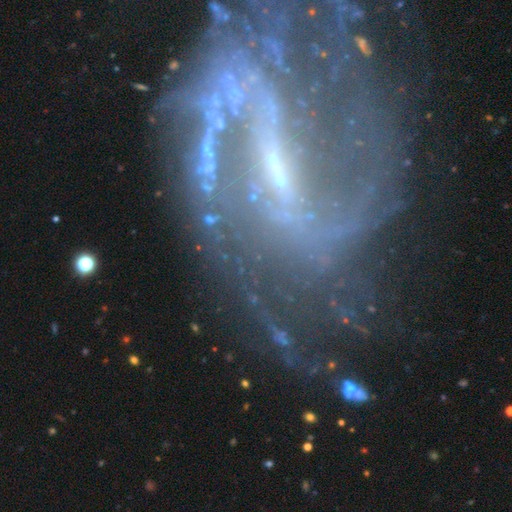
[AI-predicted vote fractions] featured or disk 85%, star or artifact 10%, smooth 5%. Down the decision tree: edge-on disk — no (96%); bar — strong (50%); spiral arms — yes (89%); spiral arm count — 2 (58%); spiral winding — loose (46%); bulge size — small (64%); merging — none (44%).